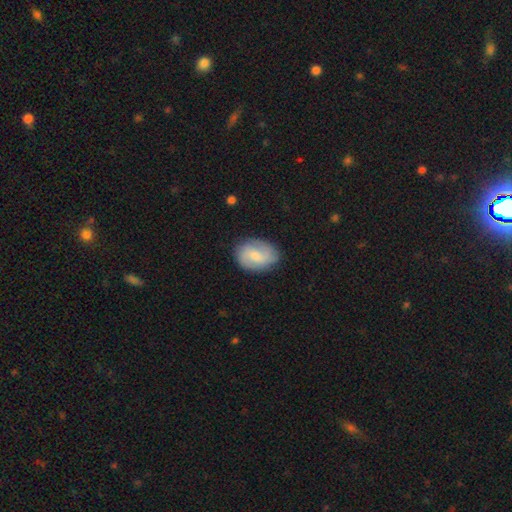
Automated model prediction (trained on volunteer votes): Smooth or featured?
  - smooth: 54% *
  - featured or disk: 40%
  - star or artifact: 7%
How rounded?
  - in between: 74% *
  - round: 25%
  - cigar-shaped: 1%
Merging?
  - none: 80% *
  - minor disturbance: 15%
  - major disturbance: 4%
  - merger: 1%